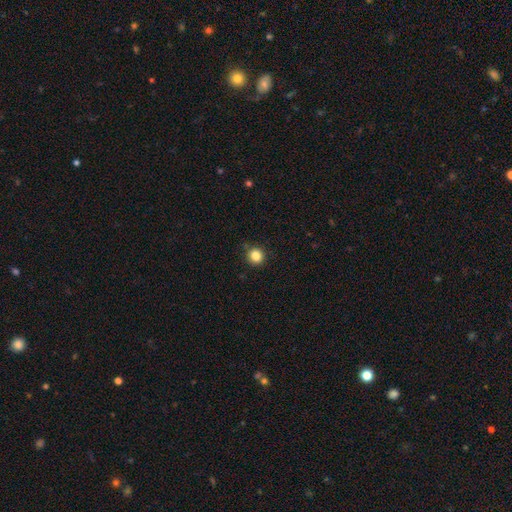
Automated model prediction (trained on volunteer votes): smooth-or-featured: smooth: 85% | star or artifact: 11% | featured or disk: 4%
  how-rounded: round: 90% | in between: 9% | cigar-shaped: 1%
  merging: none: 89% | minor disturbance: 8% | major disturbance: 2% | merger: 1%